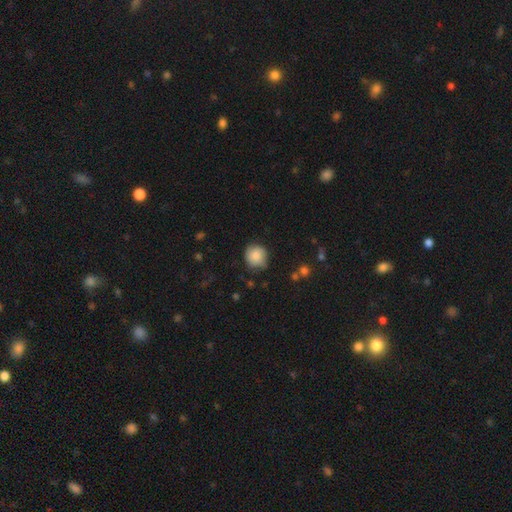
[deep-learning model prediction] A smooth galaxy with no disk features (82%) that is round (89%).

Vote fractions:
- Smooth or featured? smooth: 82% / featured or disk: 10% / star or artifact: 8%
- How rounded? round: 89% / in between: 10% / cigar-shaped: 1%
- Merging? none: 71% / minor disturbance: 23% / major disturbance: 4% / merger: 2%